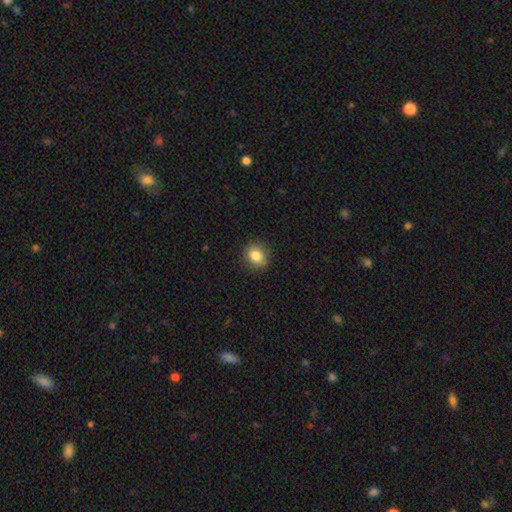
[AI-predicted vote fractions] Smooth or featured?
  - smooth: 84% *
  - star or artifact: 10%
  - featured or disk: 7%
How rounded?
  - round: 76% *
  - in between: 23%
  - cigar-shaped: 1%
Merging?
  - none: 87% *
  - minor disturbance: 10%
  - major disturbance: 2%
  - merger: 1%